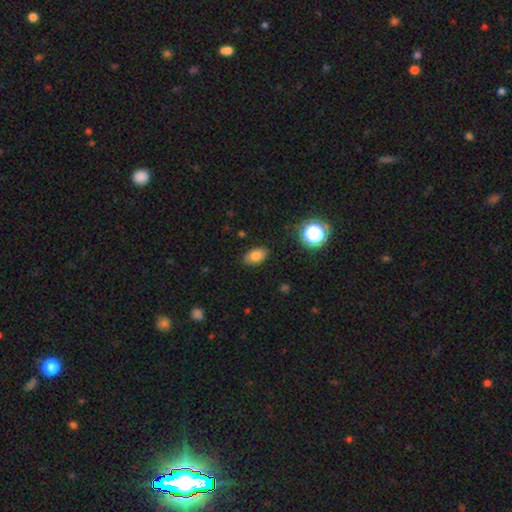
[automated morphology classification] A smooth galaxy with no disk features (82%) that is in between round and cigar-shaped (89%). Merging: none (86%).